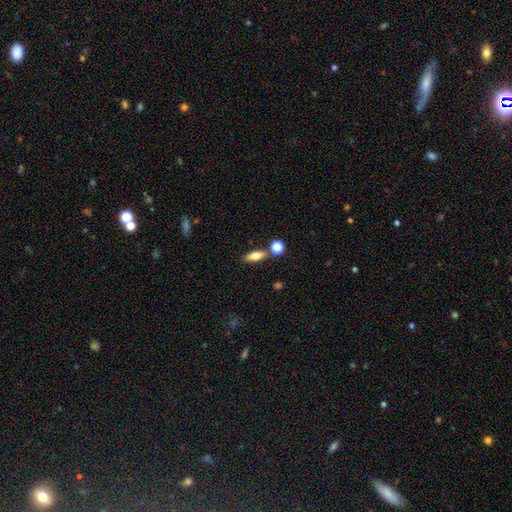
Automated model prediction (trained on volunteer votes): smooth 72%, featured or disk 20%, star or artifact 8%. Down the decision tree: how rounded — in between (68%); merging — none (76%).